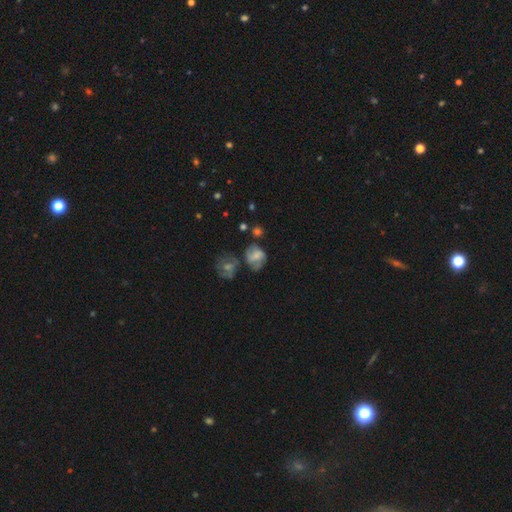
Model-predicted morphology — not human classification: Smooth or featured? smooth (48%)
Merging? none (46%)